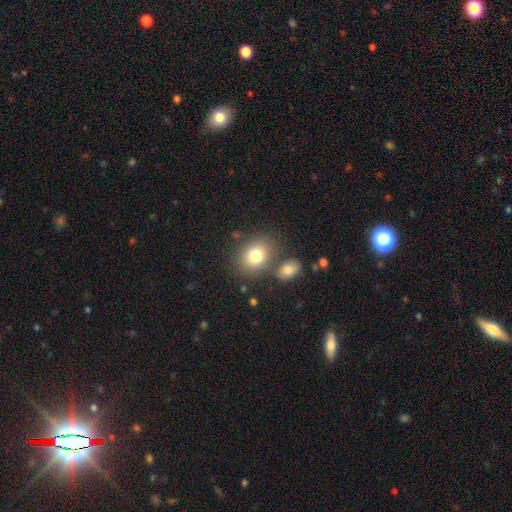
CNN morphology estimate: type=smooth (78%); roundness=in between (55%); merging=none (68%).